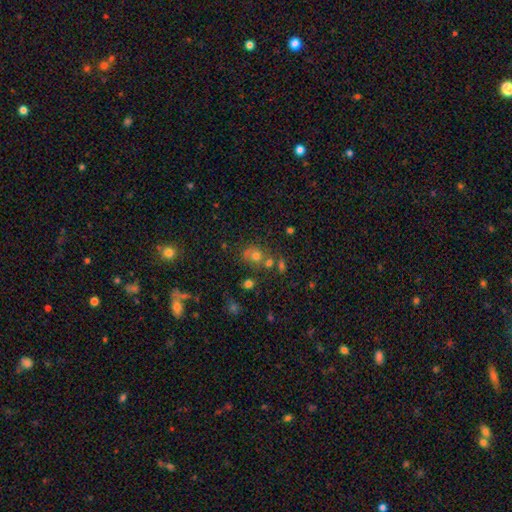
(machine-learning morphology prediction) Smooth or featured? Predicted: smooth (p=0.58). How rounded? Predicted: round (p=0.72). Merging? Predicted: none (p=0.55).